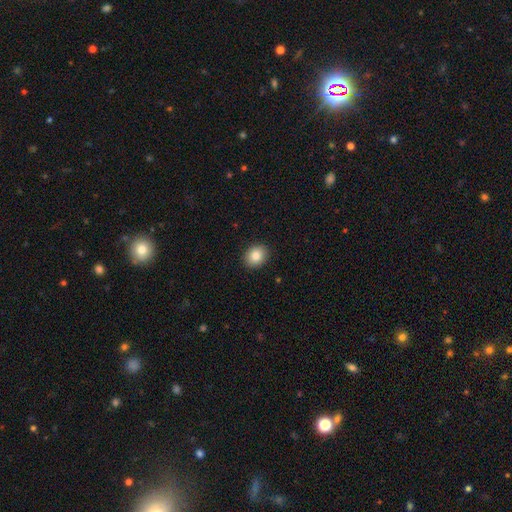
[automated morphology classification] type=smooth (85%); roundness=round (54%); merging=none (91%).